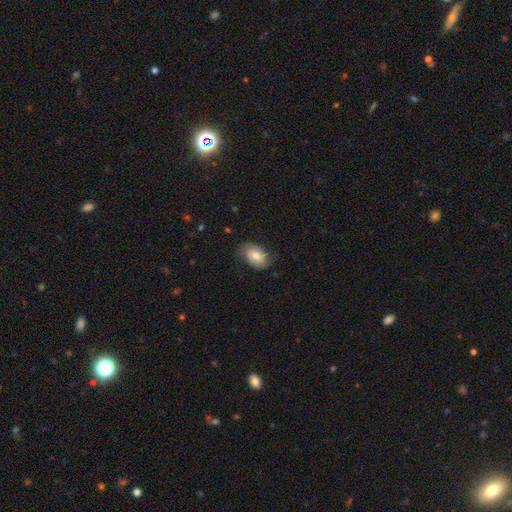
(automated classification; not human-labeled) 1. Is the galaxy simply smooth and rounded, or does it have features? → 68% smooth, 25% featured or disk, 7% star or artifact.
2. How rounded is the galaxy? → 89% in between, 10% round, 1% cigar-shaped.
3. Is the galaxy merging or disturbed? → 69% none, 24% minor disturbance, 6% major disturbance, 1% merger.